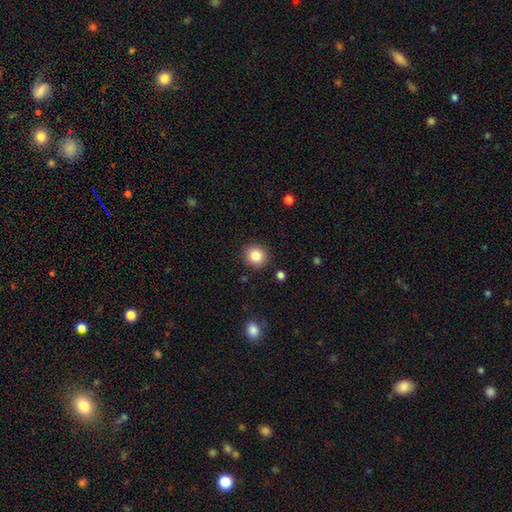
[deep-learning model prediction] Q: Smooth or featured?
A: smooth (85%); runner-up: star or artifact (10%)
Q: How rounded?
A: round (88%); runner-up: in between (11%)
Q: Merging?
A: none (89%); runner-up: minor disturbance (7%)